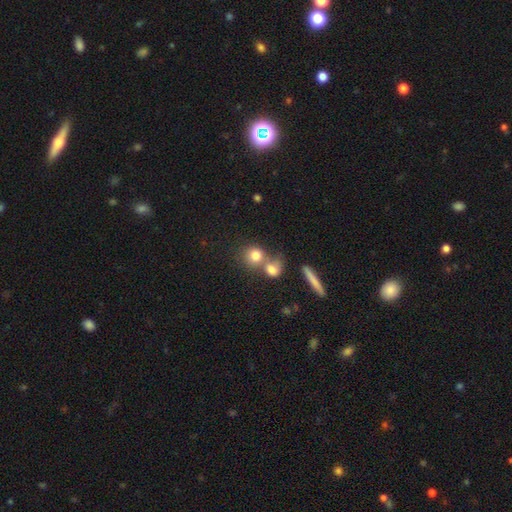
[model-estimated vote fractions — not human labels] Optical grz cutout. It shows a smooth galaxy with no disk features (79%) that is round (81%). Merging: merger (47%).